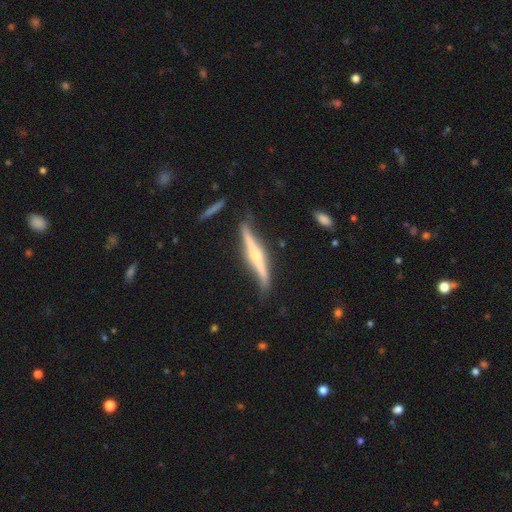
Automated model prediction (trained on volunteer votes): smooth-or-featured: featured or disk: 78% | smooth: 17% | star or artifact: 5%
  disk-edge-on: yes: 96% | no: 4%
    edge-on-bulge: rounded: 79% | boxy: 11% | none: 10%
  merging: none: 74% | minor disturbance: 18% | major disturbance: 4% | merger: 3%